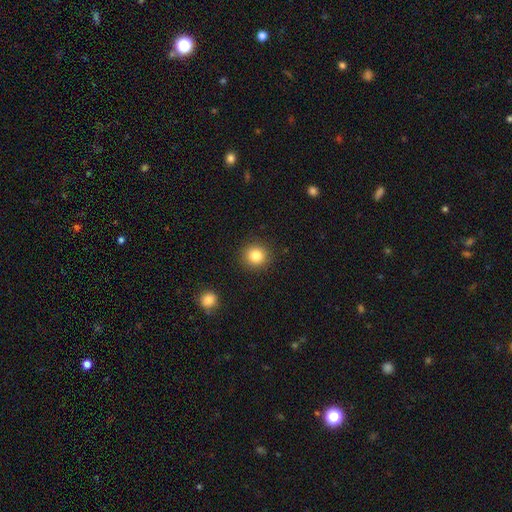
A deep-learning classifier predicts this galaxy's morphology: This appears to be a smooth galaxy with no disk features (83%) that is round (91%). Merging: none (90%).